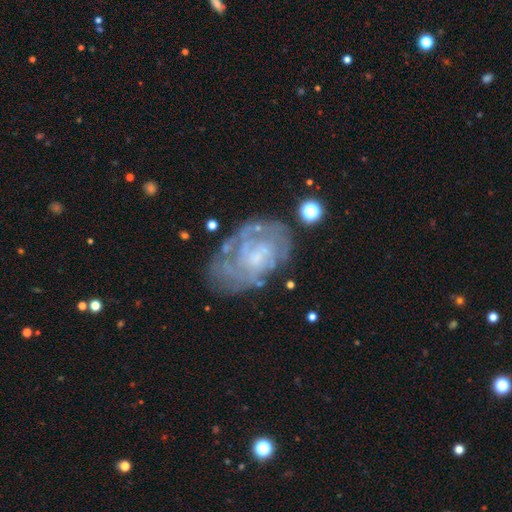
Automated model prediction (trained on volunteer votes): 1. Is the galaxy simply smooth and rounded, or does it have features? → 76% featured or disk, 16% smooth, 8% star or artifact.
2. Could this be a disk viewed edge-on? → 97% no, 3% yes.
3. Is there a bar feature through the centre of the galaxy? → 72% no, 24% weak, 4% strong.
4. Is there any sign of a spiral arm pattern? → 75% yes, 25% no.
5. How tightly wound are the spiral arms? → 59% tight, 30% medium, 12% loose.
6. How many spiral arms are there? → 54% can't tell, 18% 2, 12% 3, 6% 1, 6% 4, 4% more than 4.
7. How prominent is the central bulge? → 50% small, 27% none, 19% moderate, 3% large, 1% dominant.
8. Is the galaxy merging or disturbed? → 62% none, 21% minor disturbance, 13% major disturbance, 4% merger.